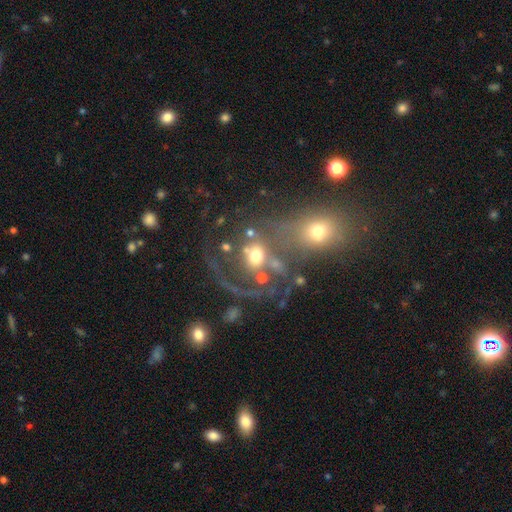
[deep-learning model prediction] A featured or disk galaxy (43%). Merging: merger (45%).